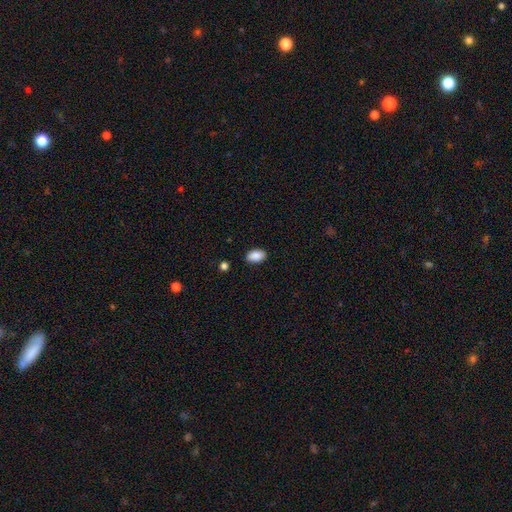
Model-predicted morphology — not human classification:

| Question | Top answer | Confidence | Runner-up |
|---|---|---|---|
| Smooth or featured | smooth | 88% | star or artifact (7%) |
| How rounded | in between | 92% | round (6%) |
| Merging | none | 88% | minor disturbance (8%) |